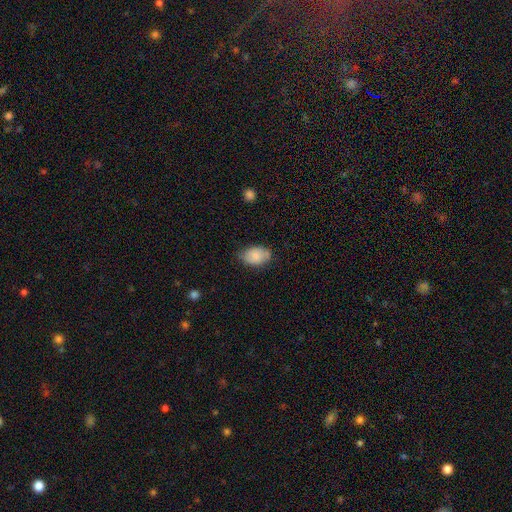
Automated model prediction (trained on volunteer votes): Smooth or featured? smooth (83%)
How rounded? in between (89%)
Merging? none (70%)